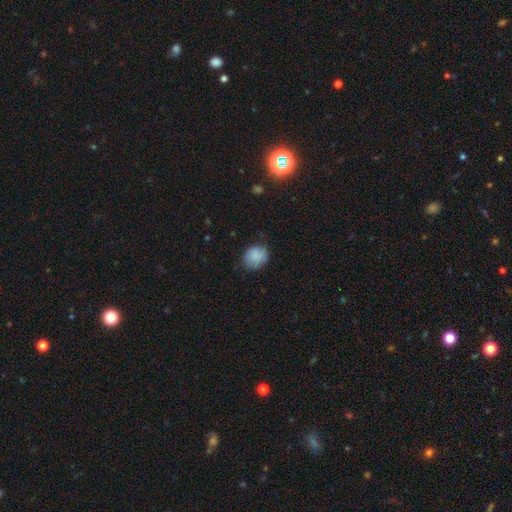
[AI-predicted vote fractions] smooth-or-featured: smooth: 87% | star or artifact: 7% | featured or disk: 5%
  how-rounded: round: 66% | in between: 34% | cigar-shaped: 1%
  merging: none: 75% | minor disturbance: 20% | major disturbance: 4% | merger: 1%